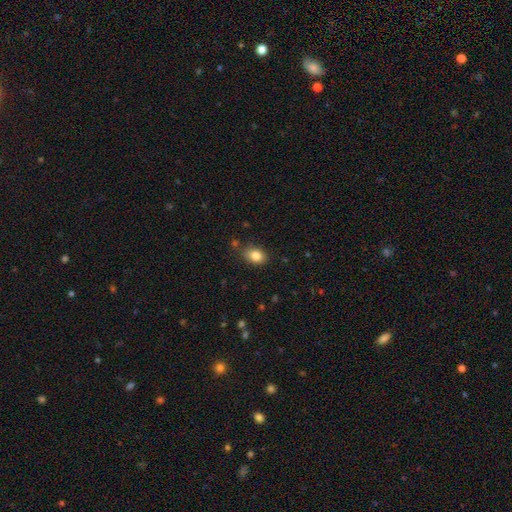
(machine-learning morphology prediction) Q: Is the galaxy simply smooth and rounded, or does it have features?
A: smooth — 85%.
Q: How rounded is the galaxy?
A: in between — 78%.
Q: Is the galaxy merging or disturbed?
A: none — 79%.